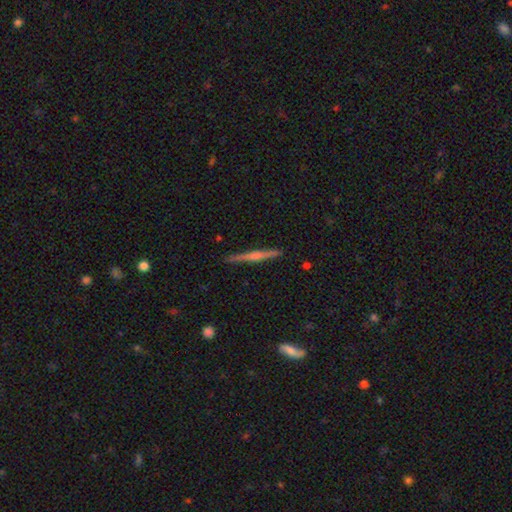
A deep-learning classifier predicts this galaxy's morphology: Smooth or featured?
  - featured or disk: 70% *
  - smooth: 24%
  - star or artifact: 6%
Edge-on disk?
  - yes: 98% *
  - no: 2%
Edge-on bulge?
  - rounded: 70% *
  - none: 16%
  - boxy: 14%
Merging?
  - none: 91% *
  - minor disturbance: 7%
  - major disturbance: 1%
  - merger: 1%